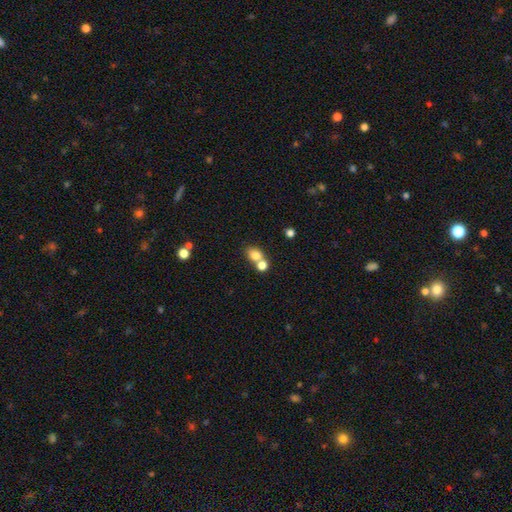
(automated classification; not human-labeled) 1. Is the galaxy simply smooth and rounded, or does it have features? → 78% smooth, 12% star or artifact, 10% featured or disk.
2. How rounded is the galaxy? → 54% in between, 45% round, 1% cigar-shaped.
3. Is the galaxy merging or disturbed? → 47% merger, 42% none, 8% minor disturbance, 4% major disturbance.